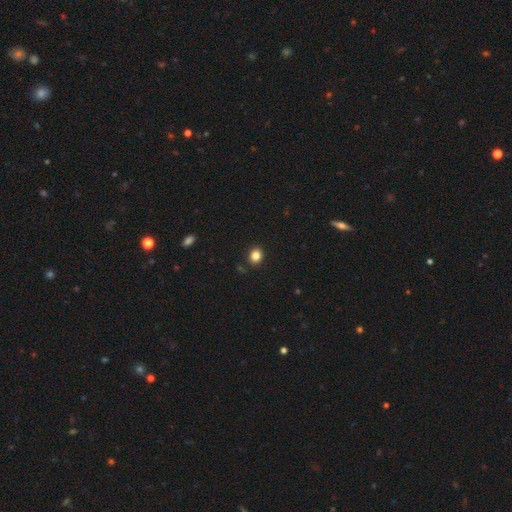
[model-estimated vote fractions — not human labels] A smooth galaxy with no disk features (84%) that is round (68%).

Vote fractions:
- Smooth or featured? smooth: 84% / star or artifact: 11% / featured or disk: 5%
- How rounded? round: 68% / in between: 31% / cigar-shaped: 1%
- Merging? none: 89% / minor disturbance: 7% / major disturbance: 2% / merger: 2%